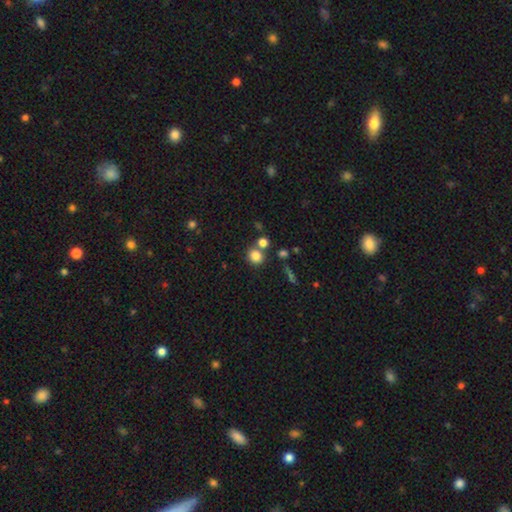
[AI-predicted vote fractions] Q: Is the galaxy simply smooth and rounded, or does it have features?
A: smooth — 81%.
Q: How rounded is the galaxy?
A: round — 81%.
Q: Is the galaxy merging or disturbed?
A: none — 66%.